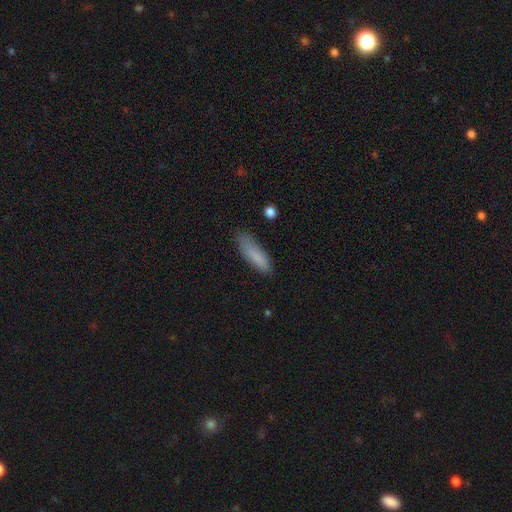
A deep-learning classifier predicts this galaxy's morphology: Smooth or featured? smooth (84%)
How rounded? cigar-shaped (59%)
Merging? none (75%)